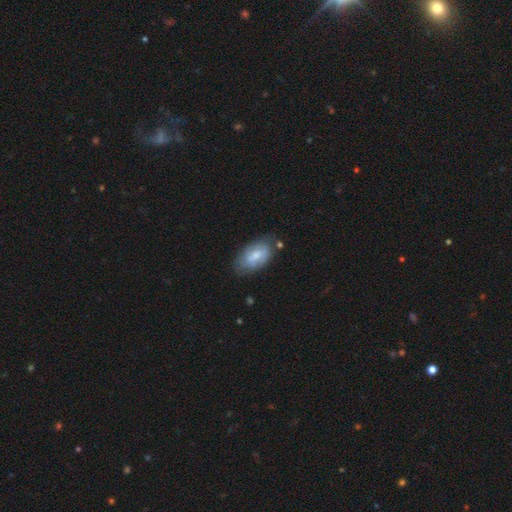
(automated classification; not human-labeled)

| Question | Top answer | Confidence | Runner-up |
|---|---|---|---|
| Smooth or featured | smooth | 60% | featured or disk (34%) |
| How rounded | in between | 93% | round (4%) |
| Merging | none | 67% | minor disturbance (23%) |